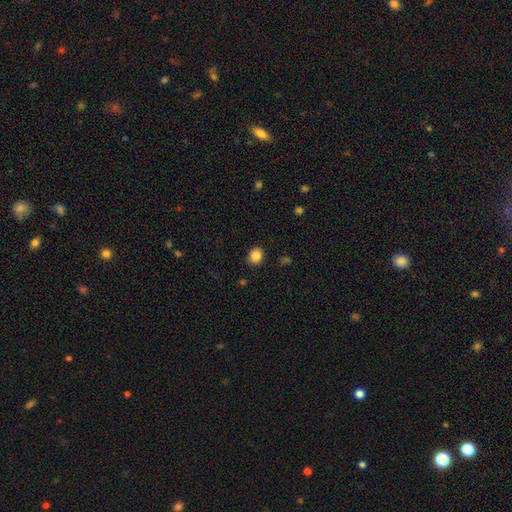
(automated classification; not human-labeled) smooth-or-featured: smooth: 86% | star or artifact: 10% | featured or disk: 4%
  how-rounded: round: 73% | in between: 26% | cigar-shaped: 1%
  merging: none: 89% | minor disturbance: 8% | major disturbance: 2% | merger: 1%